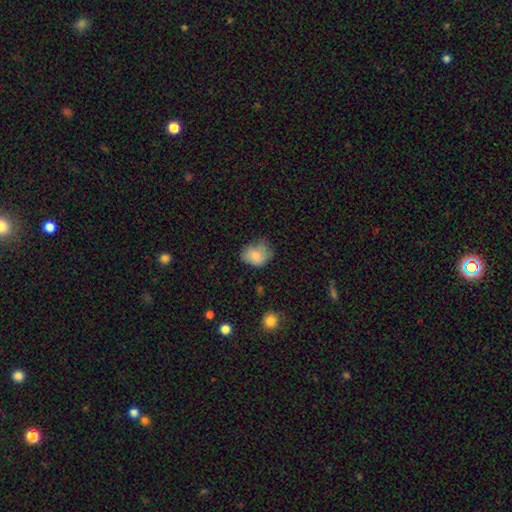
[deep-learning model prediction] Smooth or featured: smooth — 78% (featured or disk — 13%)
How rounded: in between — 59% (round — 40%)
Merging: none — 41% (minor disturbance — 36%)